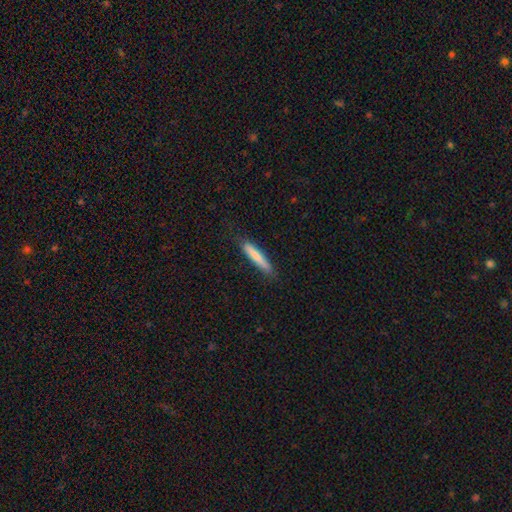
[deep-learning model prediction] This appears to be a smooth galaxy with no disk features (78%) that is cigar-shaped (93%). Merging: none (82%).